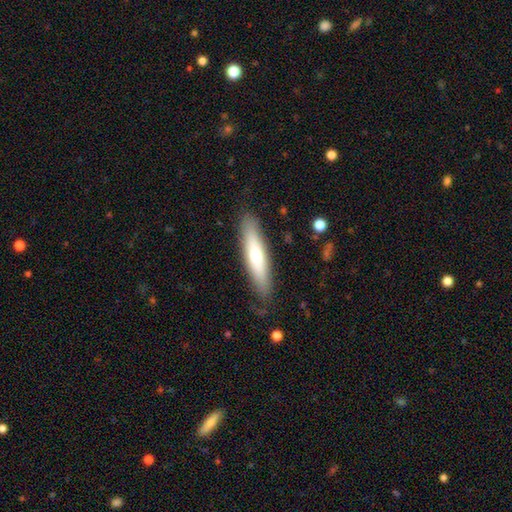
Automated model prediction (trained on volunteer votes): Smooth or featured? smooth (57%)
How rounded? cigar-shaped (77%)
Merging? none (85%)